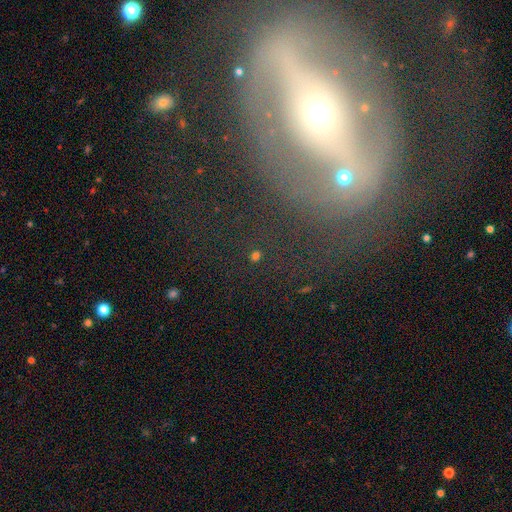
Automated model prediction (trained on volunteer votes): smooth_or_featured: star or artifact (p=0.52) [alt: smooth p=0.38]